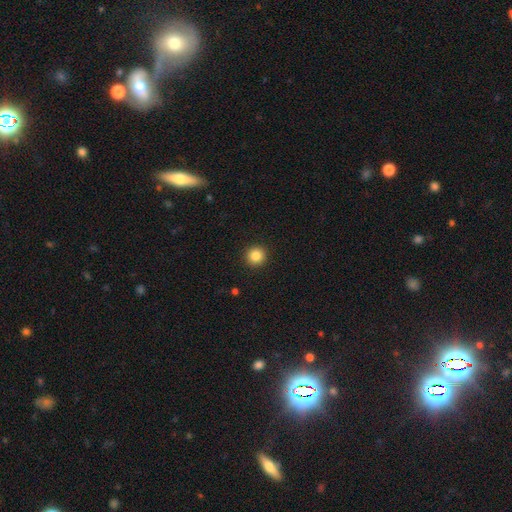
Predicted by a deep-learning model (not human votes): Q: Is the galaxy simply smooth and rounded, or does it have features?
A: smooth — 85%.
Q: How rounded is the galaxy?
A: round — 95%.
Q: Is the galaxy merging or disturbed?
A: none — 93%.